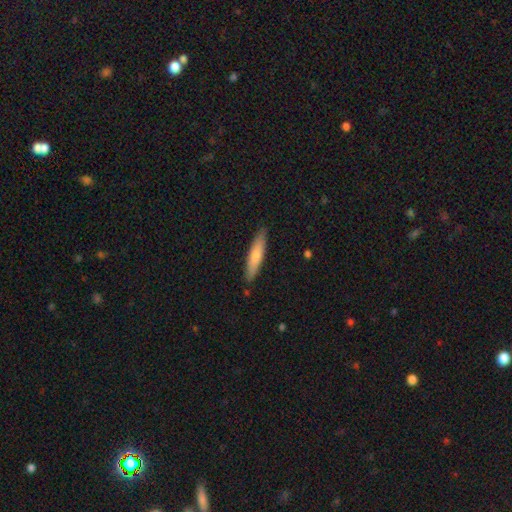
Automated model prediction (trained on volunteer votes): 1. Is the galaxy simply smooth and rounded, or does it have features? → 69% smooth, 25% featured or disk, 5% star or artifact.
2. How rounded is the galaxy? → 82% cigar-shaped, 16% in between, 1% round.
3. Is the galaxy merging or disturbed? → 88% none, 9% minor disturbance, 2% major disturbance, 1% merger.